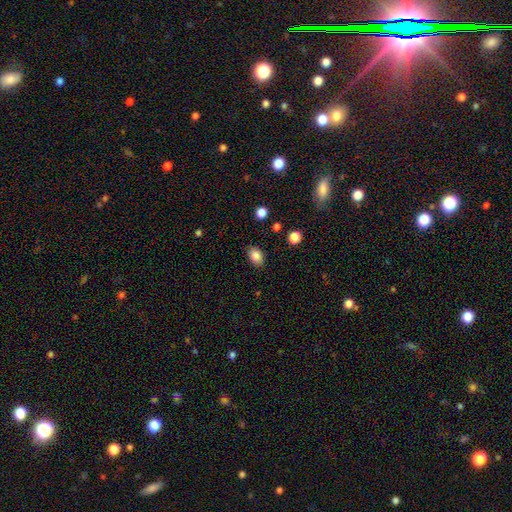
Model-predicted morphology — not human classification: type=smooth (85%); roundness=in between (80%); merging=none (85%).